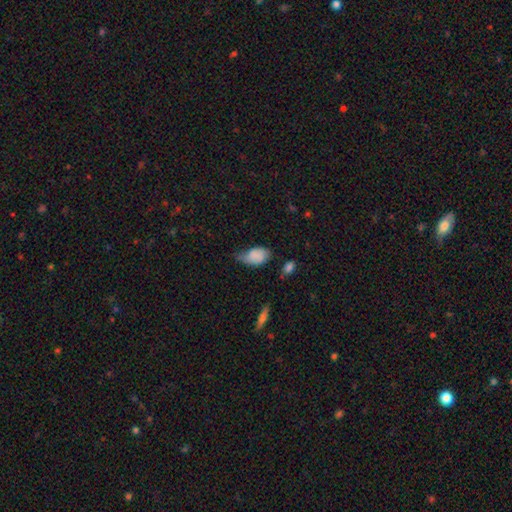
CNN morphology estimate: smooth_or_featured: smooth (p=0.80) [alt: featured or disk p=0.13]
how_rounded: in between (p=0.91) [alt: round p=0.07]
merging: minor disturbance (p=0.48) [alt: none p=0.31]